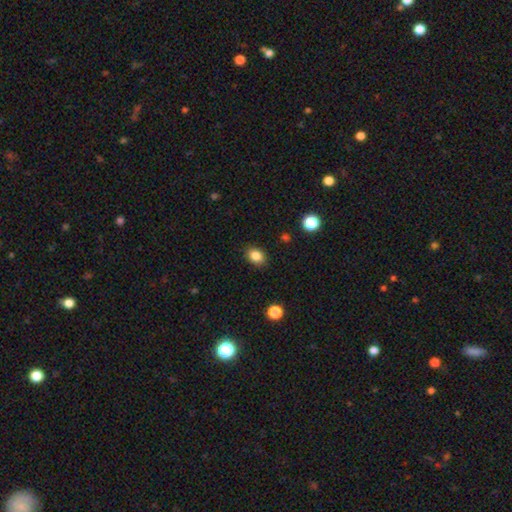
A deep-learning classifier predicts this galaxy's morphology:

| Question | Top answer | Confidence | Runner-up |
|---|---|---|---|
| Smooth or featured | smooth | 85% | star or artifact (10%) |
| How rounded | in between | 67% | round (32%) |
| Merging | none | 88% | minor disturbance (9%) |